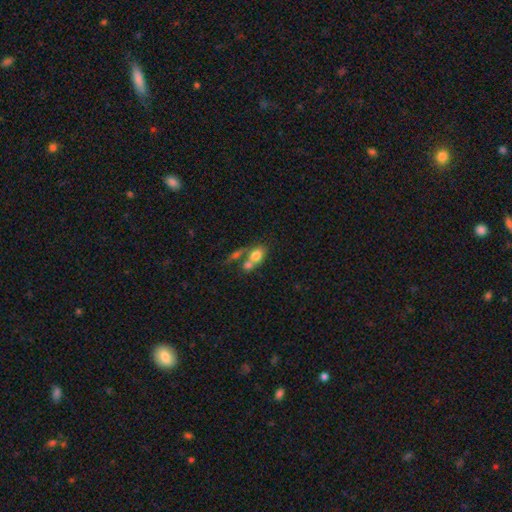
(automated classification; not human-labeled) This appears to be a smooth galaxy with no disk features (73%) that is in between round and cigar-shaped (71%). Merging: merger (57%).